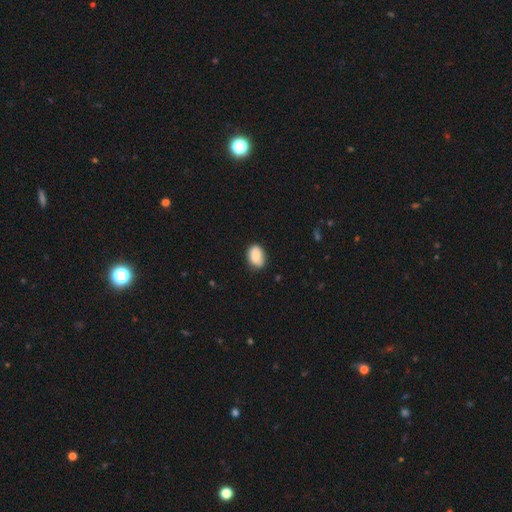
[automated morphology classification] Smooth or featured?
  - smooth: 84% *
  - featured or disk: 9%
  - star or artifact: 7%
How rounded?
  - in between: 80% *
  - round: 19%
  - cigar-shaped: 1%
Merging?
  - none: 73% *
  - minor disturbance: 22%
  - major disturbance: 4%
  - merger: 1%